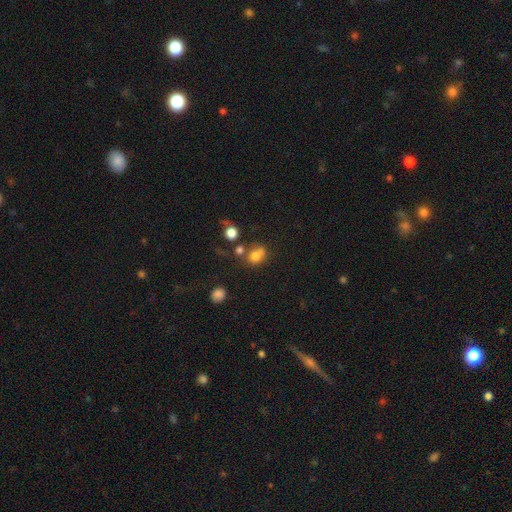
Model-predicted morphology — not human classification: This appears to be a smooth galaxy with no disk features (75%) that is in between round and cigar-shaped (49%, tied with round). Merging: none (43%).